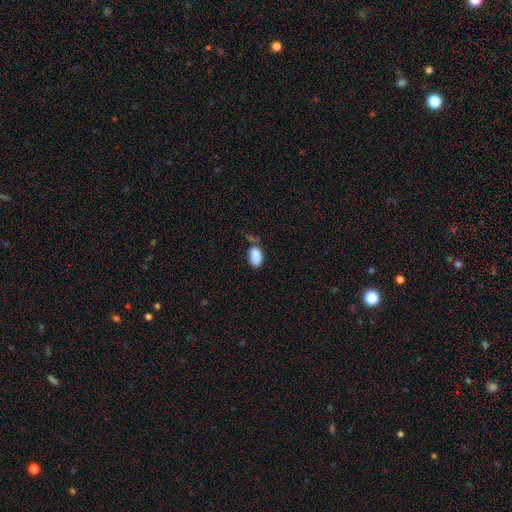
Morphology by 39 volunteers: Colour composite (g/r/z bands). It shows a smooth galaxy with no disk features (92%) that is in between round and cigar-shaped (100%). Merging: none (47%).